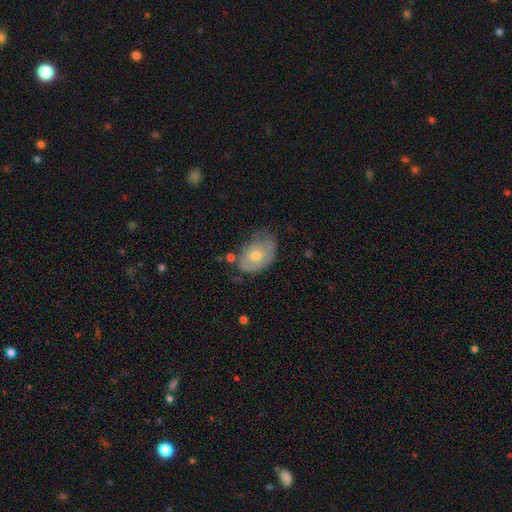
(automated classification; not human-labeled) Morphology: type=smooth (46%, tied with featured or disk); merging=none (51%).